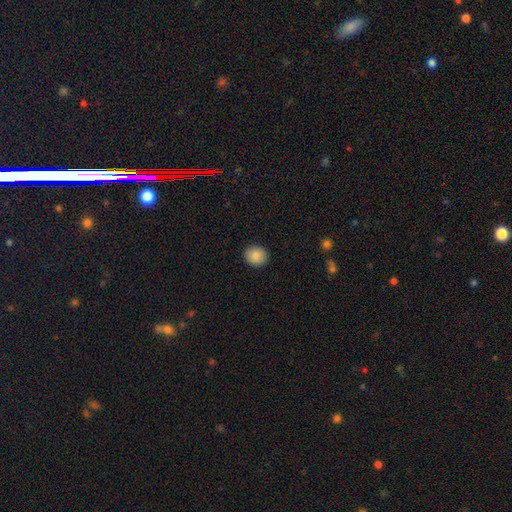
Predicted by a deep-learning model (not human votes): This is clearly a smooth galaxy (87%). How rounded: likely round (78%). Merging: clearly none (91%).